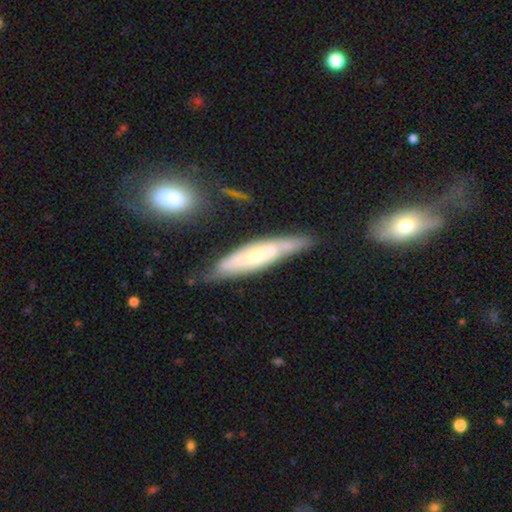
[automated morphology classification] Q: Smooth or featured?
A: featured or disk (63%); runner-up: smooth (31%)
Q: Edge-on disk?
A: no (54%); runner-up: yes (46%)
Q: Merging?
A: none (65%); runner-up: minor disturbance (22%)